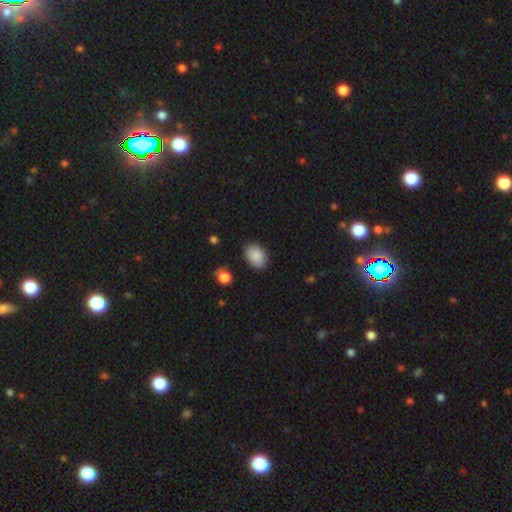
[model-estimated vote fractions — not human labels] Smooth or featured?
  - smooth: 88% *
  - star or artifact: 8%
  - featured or disk: 5%
How rounded?
  - in between: 80% *
  - round: 19%
  - cigar-shaped: 1%
Merging?
  - none: 84% *
  - minor disturbance: 12%
  - major disturbance: 3%
  - merger: 2%